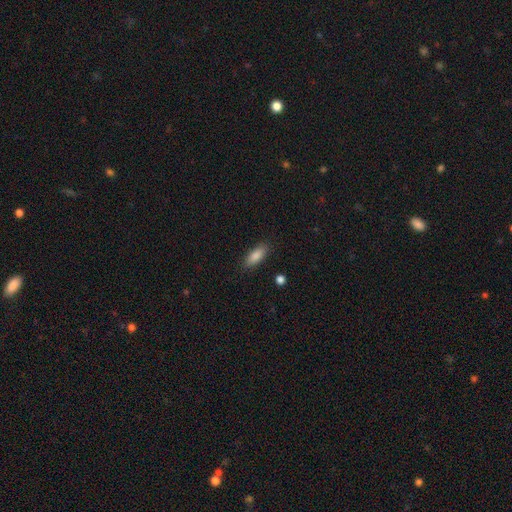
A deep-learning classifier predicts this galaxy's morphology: A smooth galaxy with no disk features (86%) that is in between round and cigar-shaped (71%).

Vote fractions:
- Smooth or featured? smooth: 86% / featured or disk: 7% / star or artifact: 7%
- How rounded? in between: 71% / cigar-shaped: 27% / round: 2%
- Merging? none: 86% / minor disturbance: 10% / major disturbance: 2% / merger: 1%